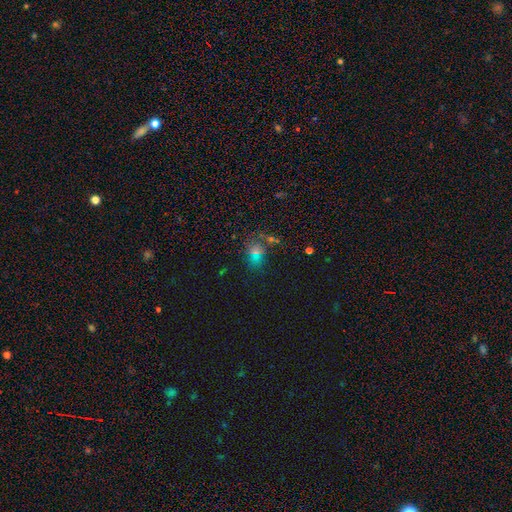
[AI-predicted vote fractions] Q: Smooth or featured?
A: smooth (50%); runner-up: star or artifact (37%)
Q: How rounded?
A: in between (60%); runner-up: round (37%)
Q: Merging?
A: none (57%); runner-up: minor disturbance (17%)